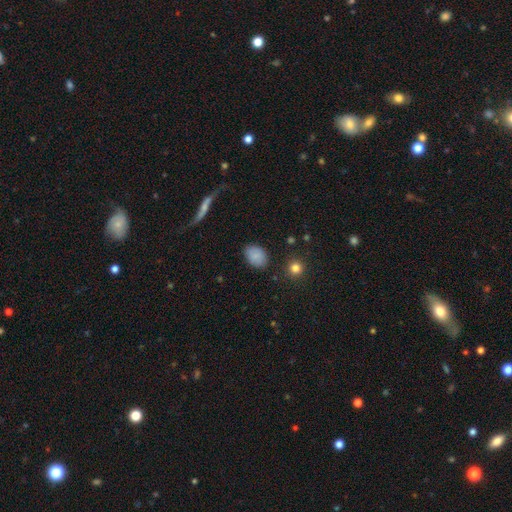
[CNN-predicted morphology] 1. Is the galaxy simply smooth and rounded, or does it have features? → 83% smooth, 9% star or artifact, 8% featured or disk.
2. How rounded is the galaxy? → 77% in between, 21% round, 1% cigar-shaped.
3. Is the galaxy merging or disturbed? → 81% none, 14% minor disturbance, 3% major disturbance, 2% merger.